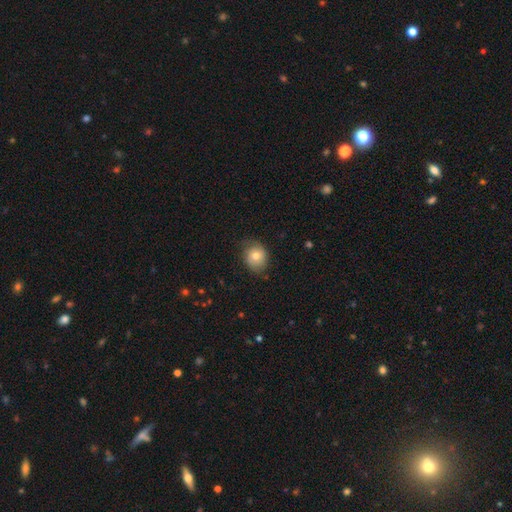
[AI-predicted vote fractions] Q: Smooth or featured?
A: smooth (67%); runner-up: featured or disk (24%)
Q: How rounded?
A: round (70%); runner-up: in between (29%)
Q: Merging?
A: none (66%); runner-up: minor disturbance (25%)